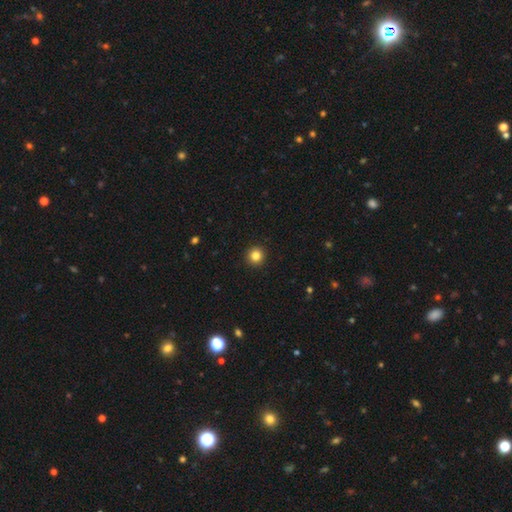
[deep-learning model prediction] This is clearly a smooth galaxy (84%). How rounded: clearly round (95%). Merging: clearly none (93%).